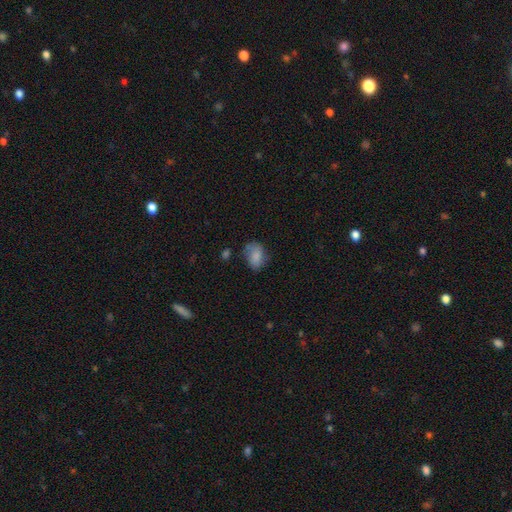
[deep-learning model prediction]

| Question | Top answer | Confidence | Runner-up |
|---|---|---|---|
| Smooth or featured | smooth | 80% | featured or disk (12%) |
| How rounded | in between | 79% | round (20%) |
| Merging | none | 56% | minor disturbance (28%) |